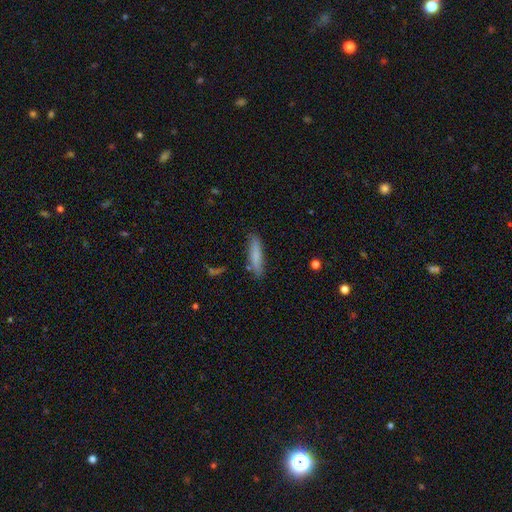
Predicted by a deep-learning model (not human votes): smooth 77%, featured or disk 16%, star or artifact 7%. Down the decision tree: how rounded — cigar-shaped (81%); merging — none (83%).